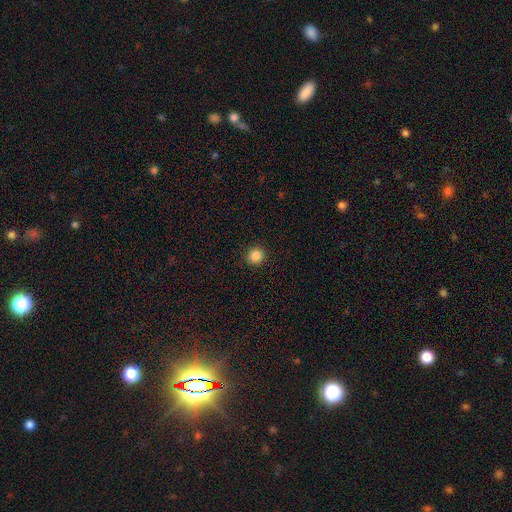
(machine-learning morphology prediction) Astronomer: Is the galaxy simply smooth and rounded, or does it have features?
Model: smooth — 86%.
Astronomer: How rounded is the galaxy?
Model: round — 91%.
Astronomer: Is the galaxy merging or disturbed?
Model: none — 92%.